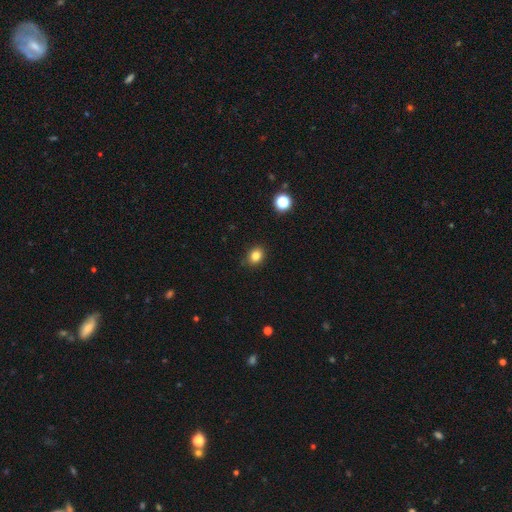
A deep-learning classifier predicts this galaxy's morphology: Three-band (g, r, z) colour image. It shows a smooth galaxy with no disk features (83%) that is round (53%). Merging: none (87%).